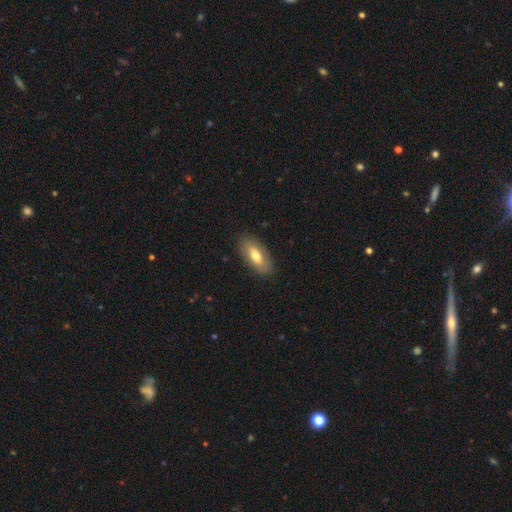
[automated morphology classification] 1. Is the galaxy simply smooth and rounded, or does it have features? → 70% smooth, 24% featured or disk, 6% star or artifact.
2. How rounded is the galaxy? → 87% in between, 11% cigar-shaped, 3% round.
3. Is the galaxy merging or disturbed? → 85% none, 11% minor disturbance, 3% major disturbance, 1% merger.